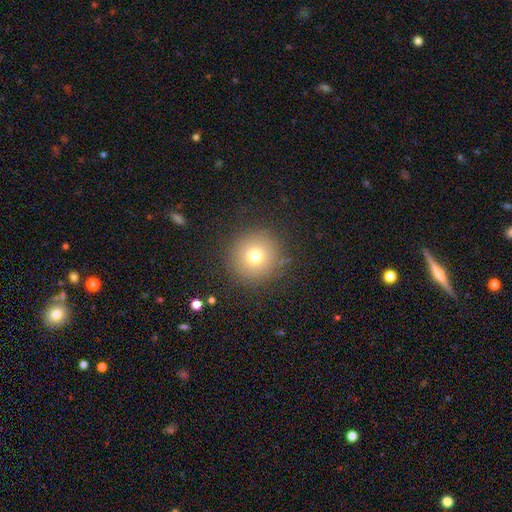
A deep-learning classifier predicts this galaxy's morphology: smooth-or-featured: smooth: 71% | star or artifact: 19% | featured or disk: 10%
  how-rounded: round: 95% | in between: 4% | cigar-shaped: 1%
  merging: none: 90% | minor disturbance: 6% | major disturbance: 2% | merger: 1%